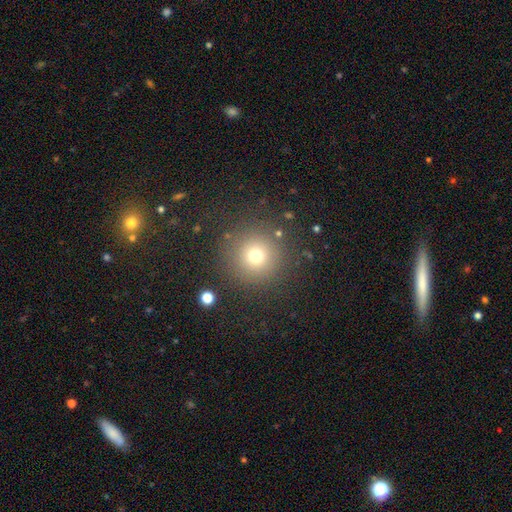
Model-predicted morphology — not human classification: Q: Smooth or featured?
A: smooth (72%); runner-up: star or artifact (18%)
Q: How rounded?
A: round (96%); runner-up: in between (3%)
Q: Merging?
A: none (86%); runner-up: minor disturbance (7%)